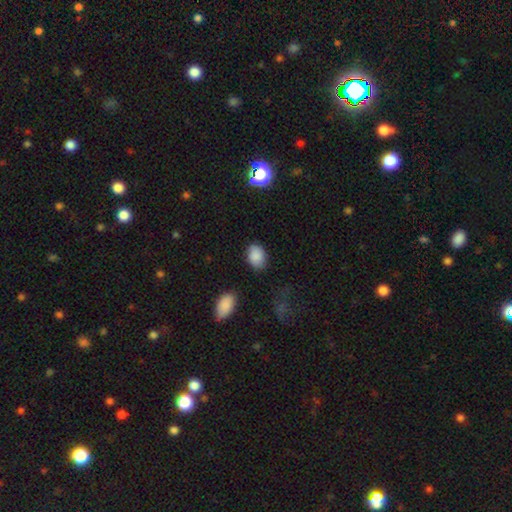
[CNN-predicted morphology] Q: Smooth or featured?
A: smooth (88%); runner-up: star or artifact (8%)
Q: How rounded?
A: in between (79%); runner-up: round (20%)
Q: Merging?
A: none (79%); runner-up: minor disturbance (15%)